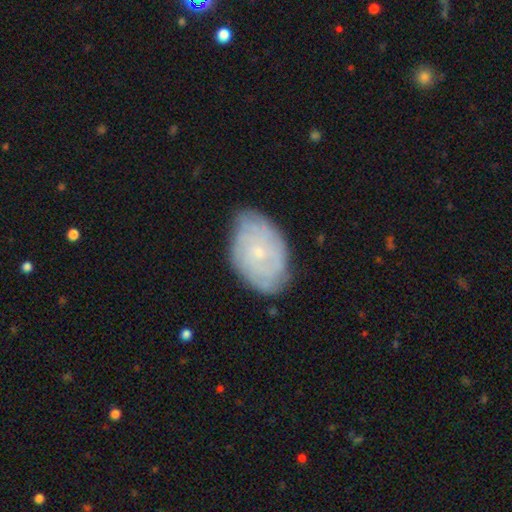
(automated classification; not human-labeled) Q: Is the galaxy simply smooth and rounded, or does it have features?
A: featured or disk — 58%.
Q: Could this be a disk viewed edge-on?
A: no — 95%.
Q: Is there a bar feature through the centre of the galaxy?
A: no — 83%.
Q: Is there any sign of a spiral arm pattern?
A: yes — 80%.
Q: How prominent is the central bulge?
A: small — 77%.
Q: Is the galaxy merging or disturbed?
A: none — 80%.